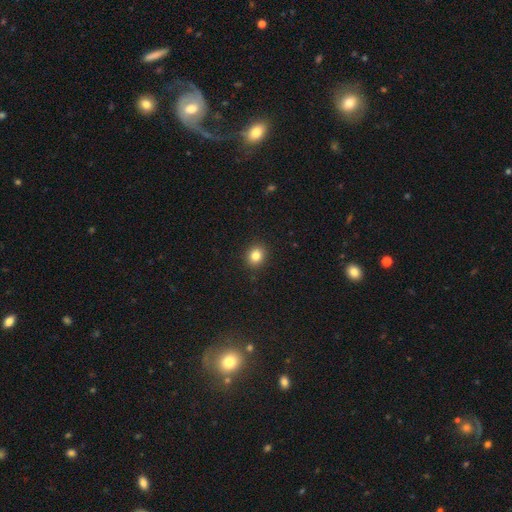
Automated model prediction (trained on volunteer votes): This is clearly a smooth galaxy (83%). How rounded: likely round (75%). Merging: clearly none (91%).